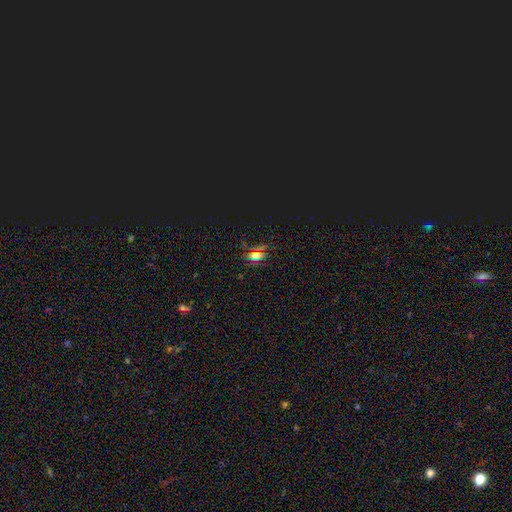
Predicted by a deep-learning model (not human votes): Smooth or featured: star or artifact — 49% (smooth — 36%)